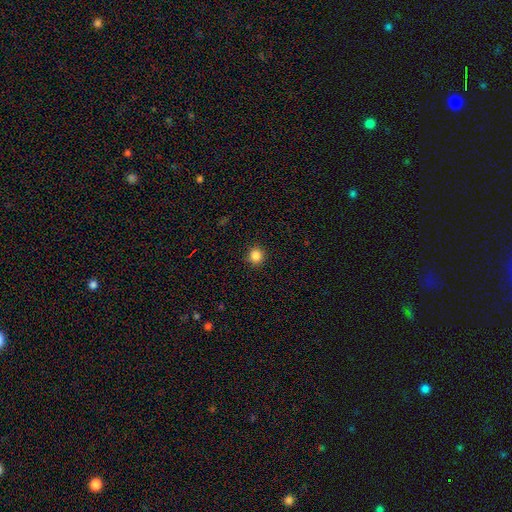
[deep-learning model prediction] Morphology: type=smooth (85%); roundness=round (90%); merging=none (91%).